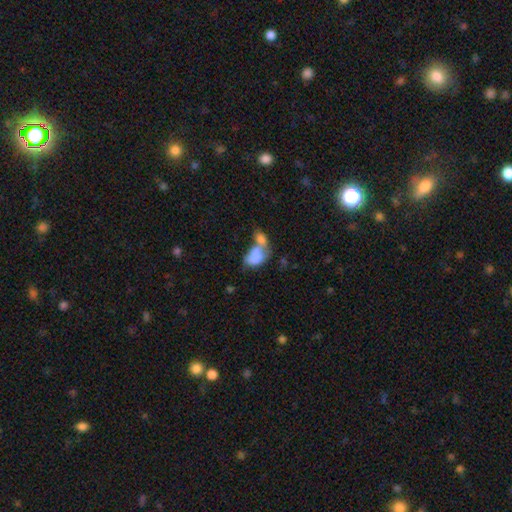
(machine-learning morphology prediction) Overall: smooth (70%). How rounded: in between (85%). Merging: merger (68%).